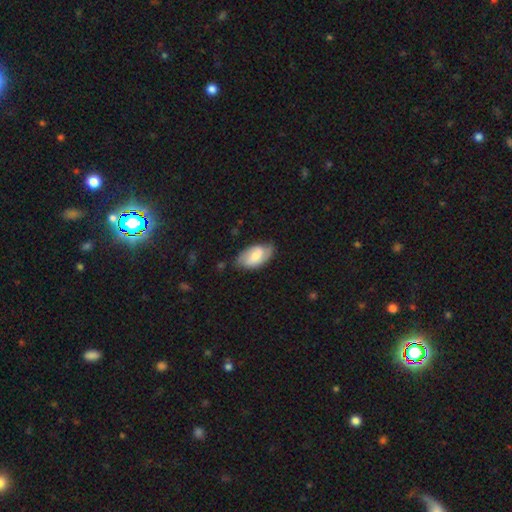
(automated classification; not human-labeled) A featured or disk galaxy (48%). Merging: none (68%).